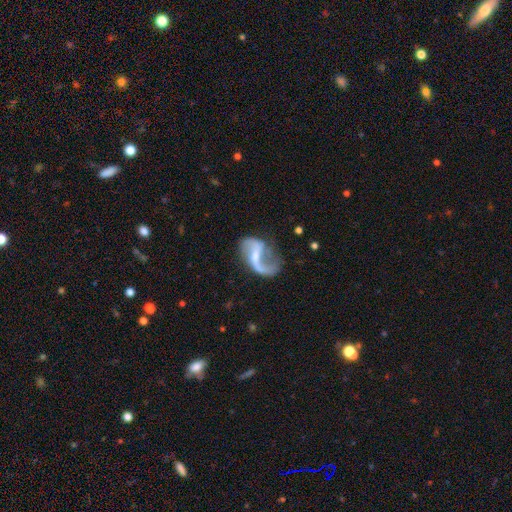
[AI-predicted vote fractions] A featured or disk galaxy (87%) with a weak bar (49%), 2 (82%) loose (80%) spiral arms (94%) and a small central bulge (48%).

Vote fractions:
- Smooth or featured? featured or disk: 87% / smooth: 8% / star or artifact: 5%
- Edge-on disk? no: 98% / yes: 2%
- Bar? weak: 49% / strong: 26% / no: 25%
- Spiral arms? yes: 94% / no: 6%
- Spiral winding? loose: 80% / medium: 17% / tight: 3%
- Spiral arm count? 2: 82% / 1: 13% / can't tell: 2% / 3: 1% / 4: 1% / more than 4: 1%
- Bulge size? small: 48% / moderate: 30% / none: 19% / large: 3% / dominant: 1%
- Merging? none: 56% / minor disturbance: 20% / major disturbance: 20% / merger: 4%